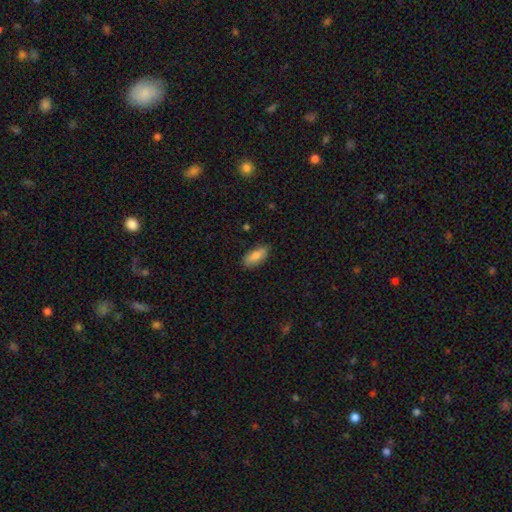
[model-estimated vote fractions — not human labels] Smooth or featured? Predicted: smooth (p=0.85). How rounded? Predicted: in between (p=0.82). Merging? Predicted: none (p=0.83).